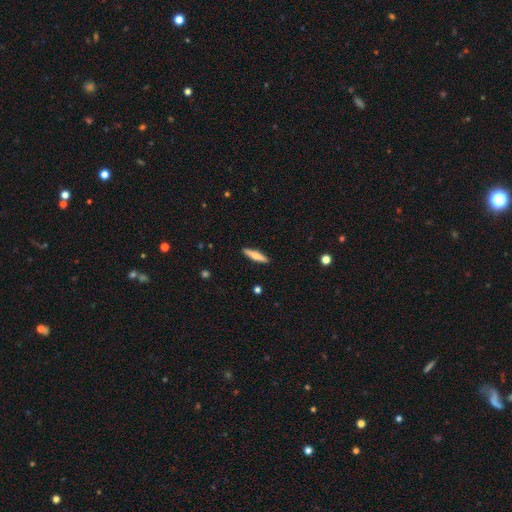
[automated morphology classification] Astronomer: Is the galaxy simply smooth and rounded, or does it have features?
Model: smooth — 62%.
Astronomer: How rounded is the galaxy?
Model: cigar-shaped — 85%.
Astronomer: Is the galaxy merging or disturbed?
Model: none — 91%.